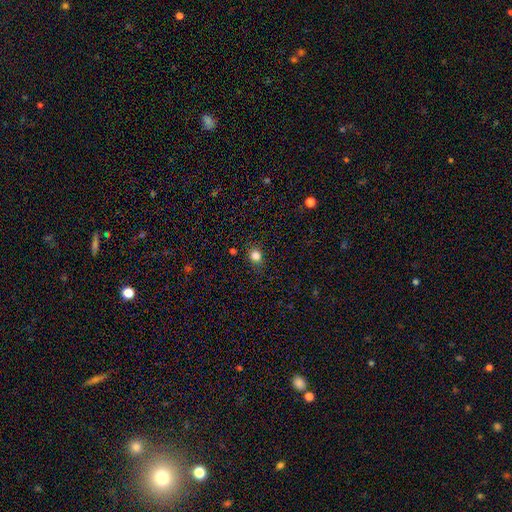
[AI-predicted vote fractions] The model was most divided on "how rounded": round: 74%, in between: 25%, cigar-shaped: 1%. More confident: merging — none (86%); smooth or featured — smooth (82%).